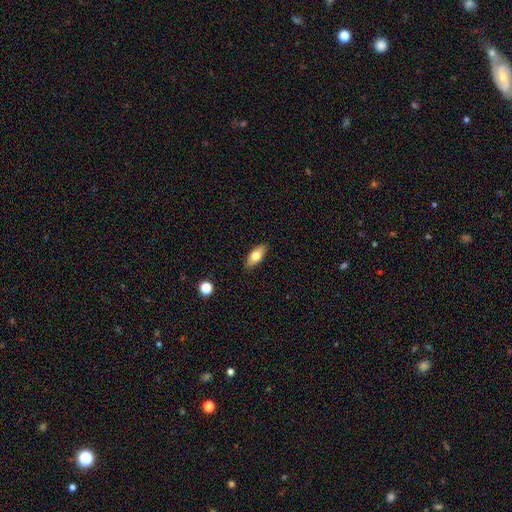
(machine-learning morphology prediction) Smooth or featured? smooth (72%)
How rounded? in between (82%)
Merging? none (87%)